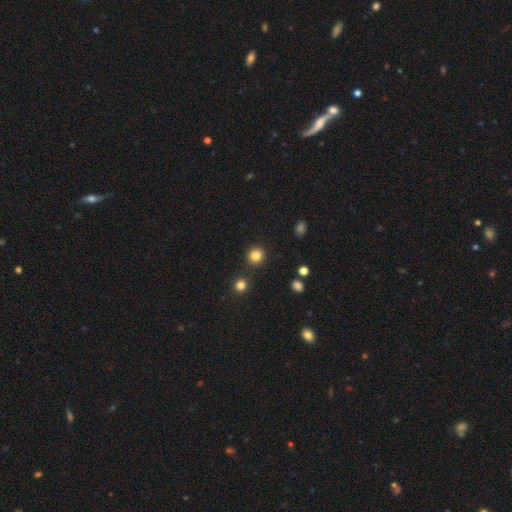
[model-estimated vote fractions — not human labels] smooth-or-featured: smooth: 83% | star or artifact: 12% | featured or disk: 5%
  how-rounded: round: 92% | in between: 7% | cigar-shaped: 1%
  merging: none: 89% | minor disturbance: 6% | merger: 3% | major disturbance: 2%